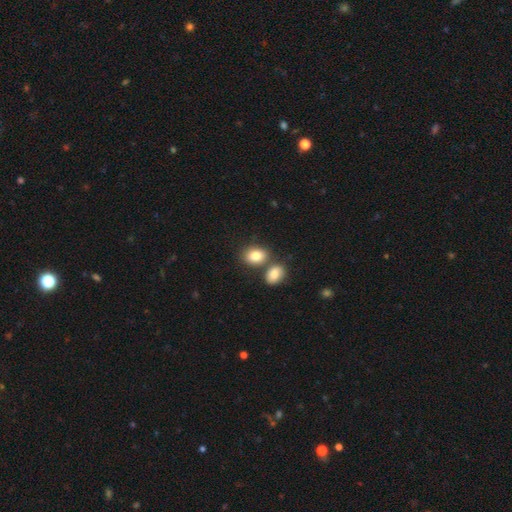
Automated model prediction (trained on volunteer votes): This is clearly a smooth galaxy (83%). How rounded: likely in between (70%). Merging: possibly none (58%).